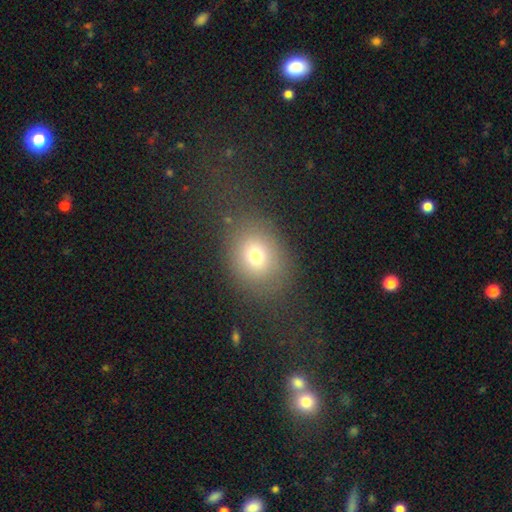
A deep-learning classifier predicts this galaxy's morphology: Overall: smooth (73%). How rounded: in between (55%; round 44%). Merging: none (67%).